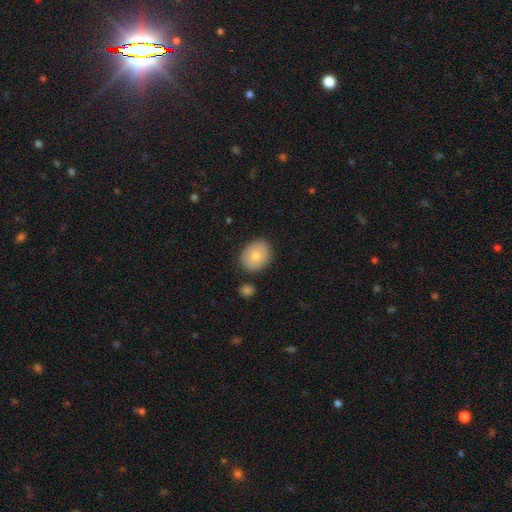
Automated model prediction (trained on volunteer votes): Smooth or featured? smooth (78%)
How rounded? round (50%)
Merging? none (83%)